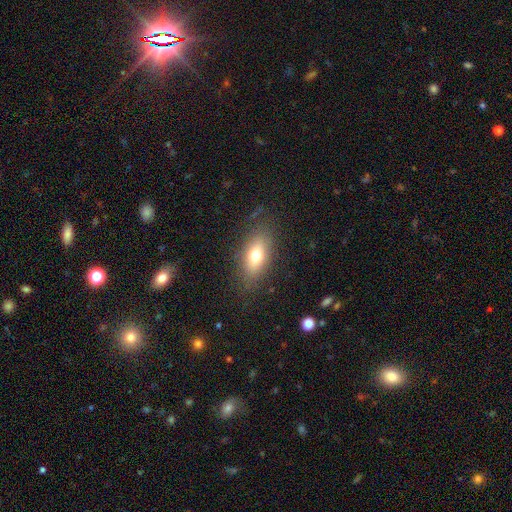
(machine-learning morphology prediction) Q: Smooth or featured?
A: smooth (72%); runner-up: featured or disk (19%)
Q: How rounded?
A: in between (81%); runner-up: cigar-shaped (11%)
Q: Merging?
A: none (81%); runner-up: minor disturbance (13%)